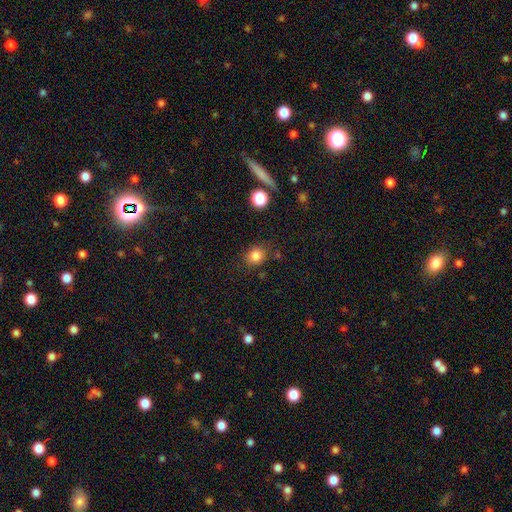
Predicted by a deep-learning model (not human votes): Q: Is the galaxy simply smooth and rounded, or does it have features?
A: smooth — 83%.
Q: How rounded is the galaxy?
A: round — 70%.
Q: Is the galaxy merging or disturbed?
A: none — 80%.